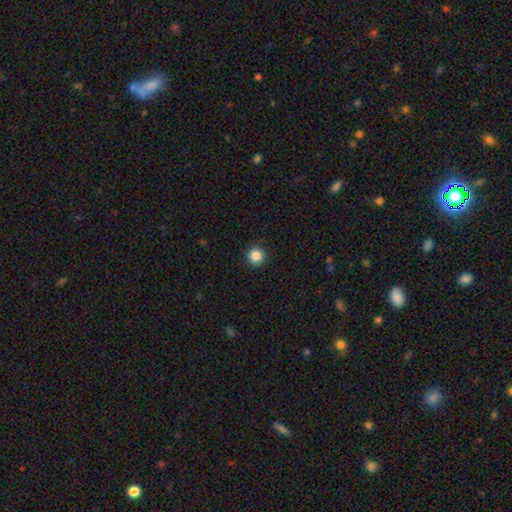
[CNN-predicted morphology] Smooth or featured: smooth — 86% (star or artifact — 10%)
How rounded: round — 94% (in between — 5%)
Merging: none — 92% (minor disturbance — 6%)